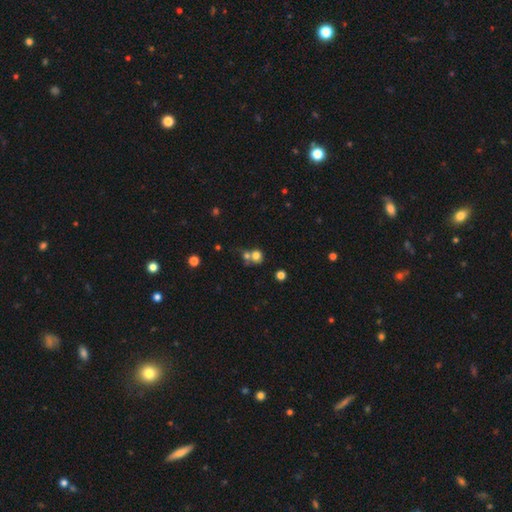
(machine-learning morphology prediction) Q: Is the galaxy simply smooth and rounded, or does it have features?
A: smooth — 75%.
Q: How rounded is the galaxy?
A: round — 79%.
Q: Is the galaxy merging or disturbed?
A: merger — 46%.